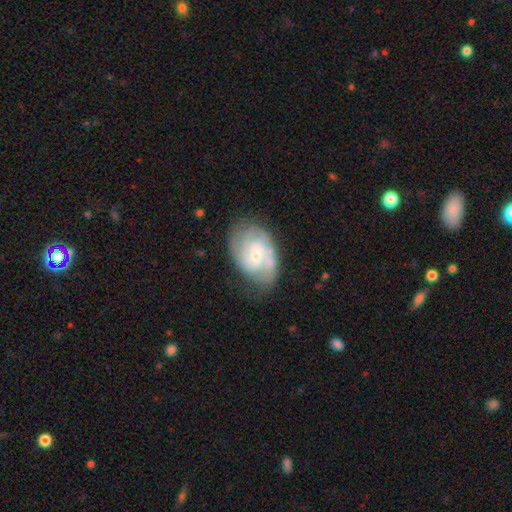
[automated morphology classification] smooth_or_featured: featured or disk (p=0.79) [alt: smooth p=0.16]
disk_edge_on: no (p=0.97) [alt: yes p=0.03]
bar: no (p=0.50) [alt: weak p=0.43]
has_spiral_arms: yes (p=0.93) [alt: no p=0.07]
spiral_winding: tight (p=0.47) [alt: medium p=0.41]
spiral_arm_count: 2 (p=0.50) [alt: can't tell p=0.23]
bulge_size: small (p=0.66) [alt: moderate p=0.29]
merging: none (p=0.69) [alt: minor disturbance p=0.21]